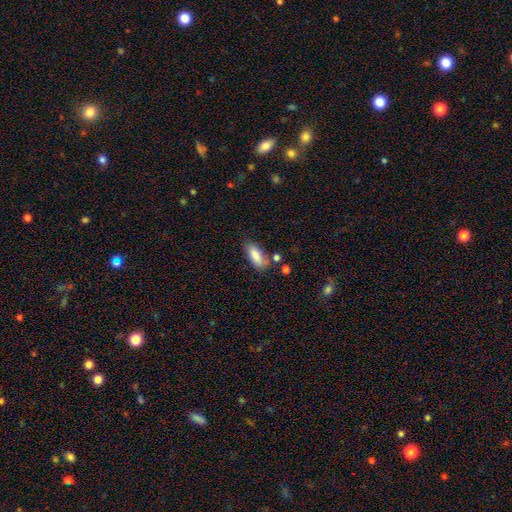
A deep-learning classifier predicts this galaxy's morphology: Smooth or featured? Predicted: smooth (p=0.84). How rounded? Predicted: in between (p=0.75). Merging? Predicted: none (p=0.68).